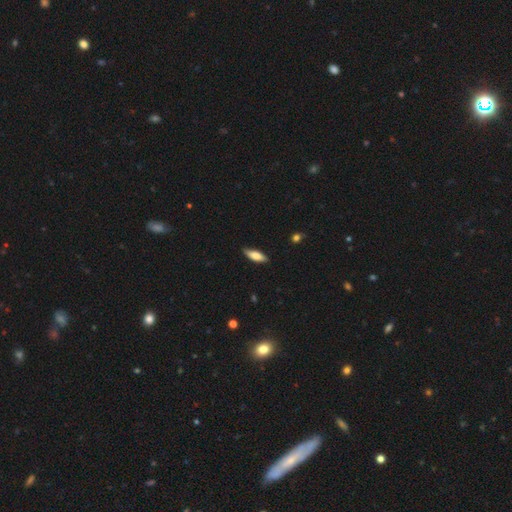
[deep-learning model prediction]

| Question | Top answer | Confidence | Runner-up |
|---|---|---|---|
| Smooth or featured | smooth | 76% | featured or disk (18%) |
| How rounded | in between | 64% | cigar-shaped (34%) |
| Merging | none | 82% | minor disturbance (15%) |